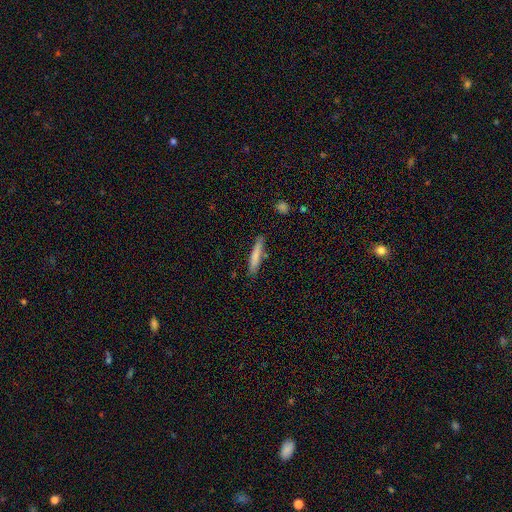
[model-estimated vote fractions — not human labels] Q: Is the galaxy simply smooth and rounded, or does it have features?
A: smooth — 77%.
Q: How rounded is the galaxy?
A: cigar-shaped — 91%.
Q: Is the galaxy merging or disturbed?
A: none — 81%.